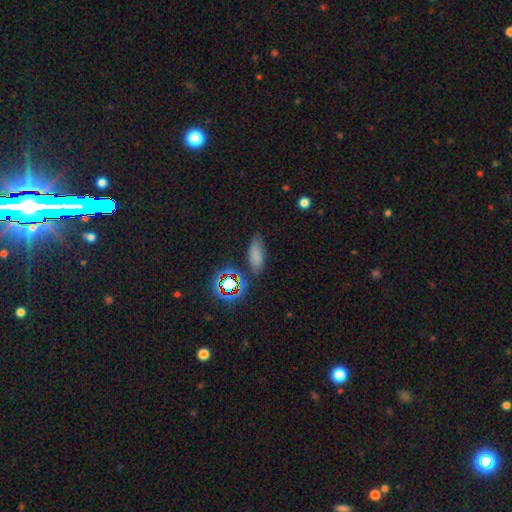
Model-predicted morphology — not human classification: type=smooth (68%); roundness=in between (76%); merging=none (71%).